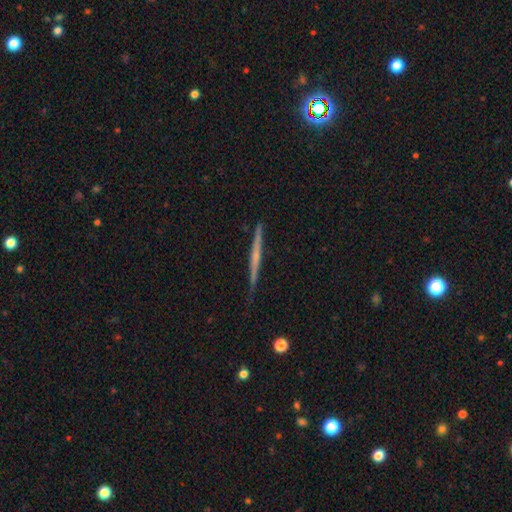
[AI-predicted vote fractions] Smooth or featured?
  - featured or disk: 66% *
  - smooth: 28%
  - star or artifact: 6%
Edge-on disk?
  - yes: 98% *
  - no: 2%
Edge-on bulge?
  - none: 58% *
  - rounded: 34%
  - boxy: 8%
Merging?
  - none: 87% *
  - minor disturbance: 10%
  - major disturbance: 2%
  - merger: 1%